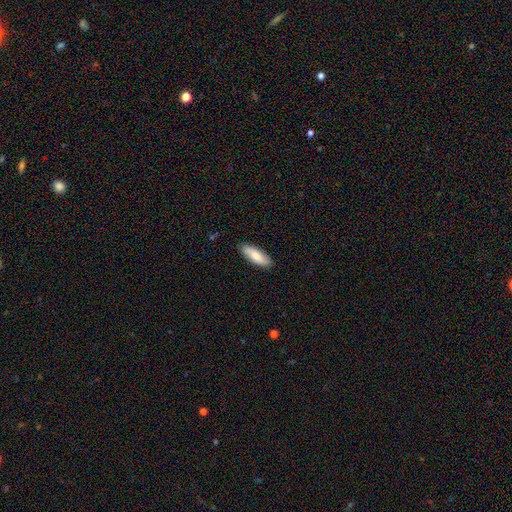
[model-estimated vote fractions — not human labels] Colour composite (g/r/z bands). It shows a smooth galaxy with no disk features (81%) that is in between round and cigar-shaped (63%). Merging: none (88%).